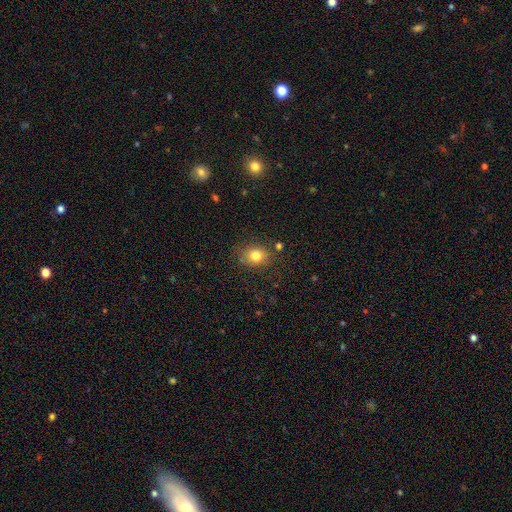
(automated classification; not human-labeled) Overall: smooth (79%). How rounded: round (60%; in between 39%). Merging: none (79%).